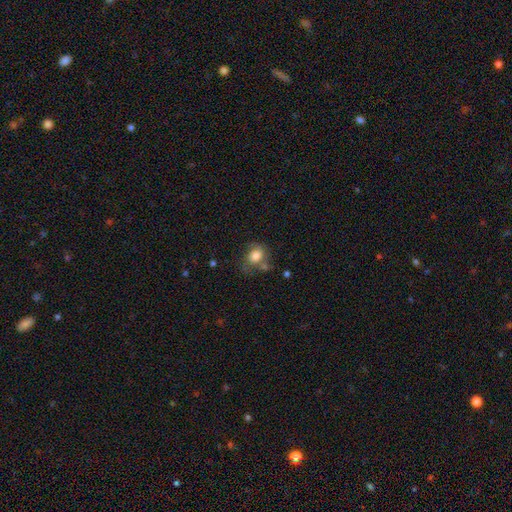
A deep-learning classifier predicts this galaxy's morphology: The model was most divided on "how rounded": in between: 50%, round: 49%, cigar-shaped: 1%. Remaining: smooth or featured — smooth (76%); merging — none (47%).